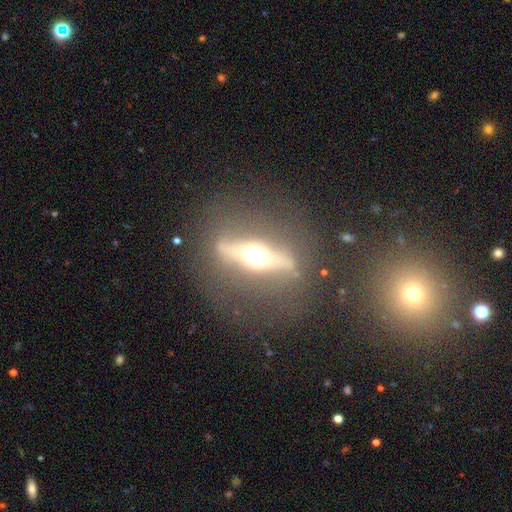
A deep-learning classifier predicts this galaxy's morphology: smooth-or-featured: featured or disk: 78% | smooth: 15% | star or artifact: 7%
  disk-edge-on: yes: 72% | no: 28%
    edge-on-bulge: rounded: 95% | boxy: 3% | none: 2%
  merging: none: 76% | minor disturbance: 11% | major disturbance: 11% | merger: 3%